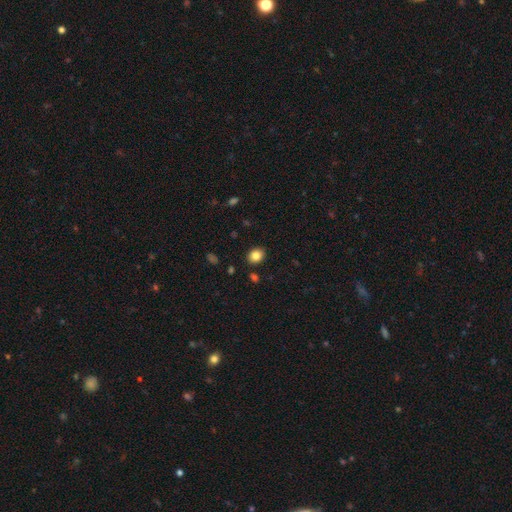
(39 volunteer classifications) A smooth galaxy with no disk features (79%) that is in between round and cigar-shaped (55%). Merging: none (79%).